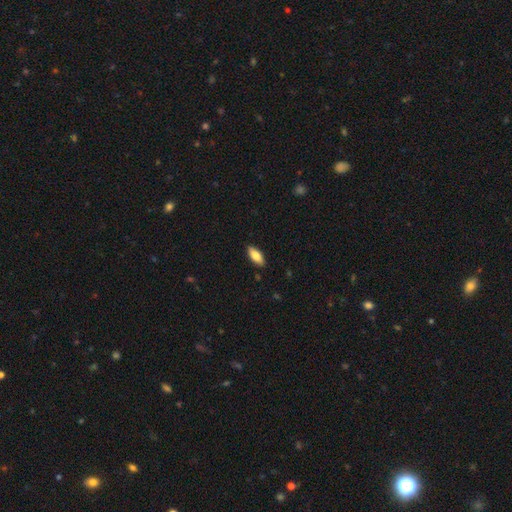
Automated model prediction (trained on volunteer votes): This appears to be a smooth galaxy with no disk features (83%) that is in between round and cigar-shaped (83%). Merging: none (88%).